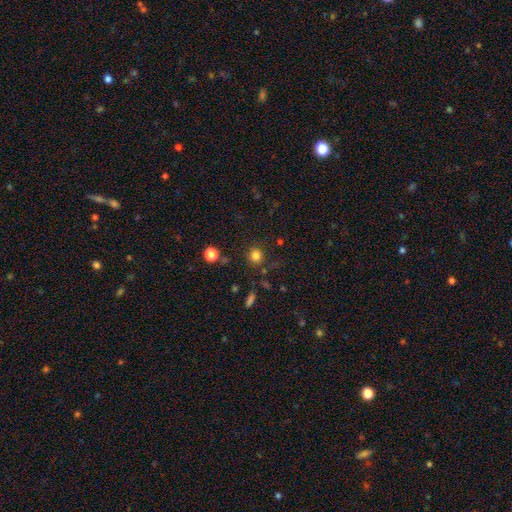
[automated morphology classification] Smooth or featured? Predicted: smooth (p=0.80). How rounded? Predicted: round (p=0.87). Merging? Predicted: none (p=0.81).